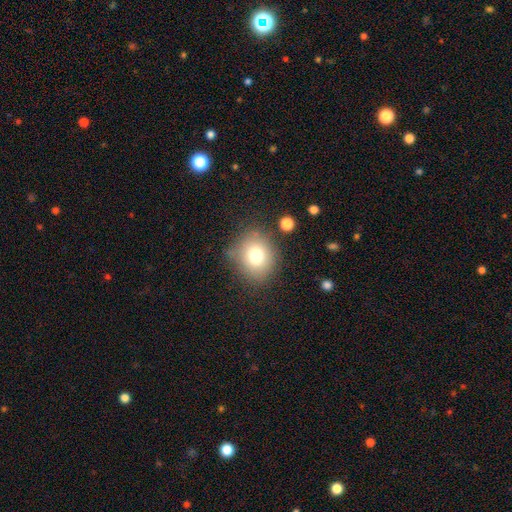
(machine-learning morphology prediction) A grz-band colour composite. It shows a smooth galaxy with no disk features (77%) that is round (63%). Merging: none (75%).